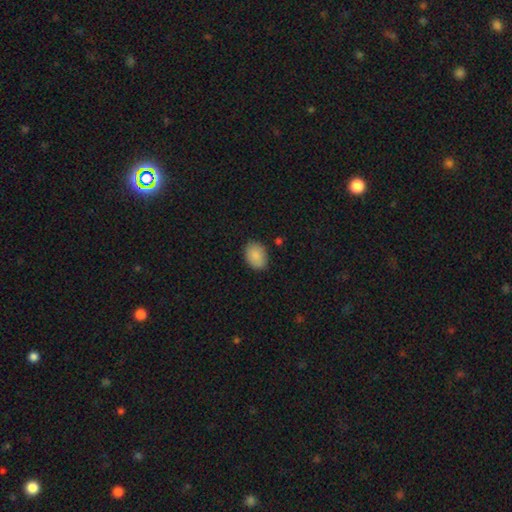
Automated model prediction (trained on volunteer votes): smooth_or_featured: smooth (p=0.89) [alt: star or artifact p=0.07]
how_rounded: in between (p=0.77) [alt: round p=0.22]
merging: none (p=0.85) [alt: minor disturbance p=0.12]